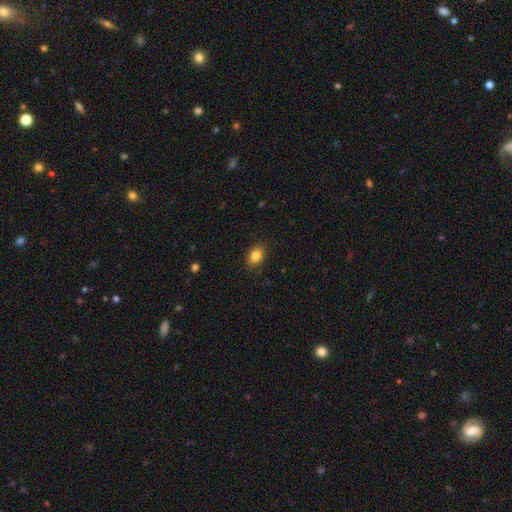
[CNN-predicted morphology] Smooth or featured?
  - smooth: 84% *
  - star or artifact: 9%
  - featured or disk: 7%
How rounded?
  - in between: 77% *
  - round: 22%
  - cigar-shaped: 1%
Merging?
  - none: 87% *
  - minor disturbance: 10%
  - major disturbance: 2%
  - merger: 1%